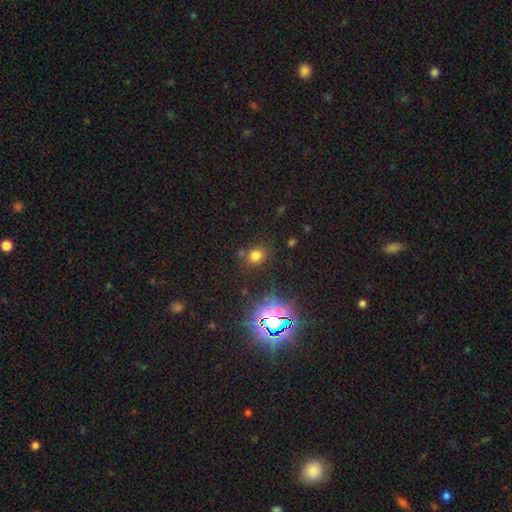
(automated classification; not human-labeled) This appears to be a smooth galaxy with no disk features (68%) that is round (76%). Merging: none (78%).